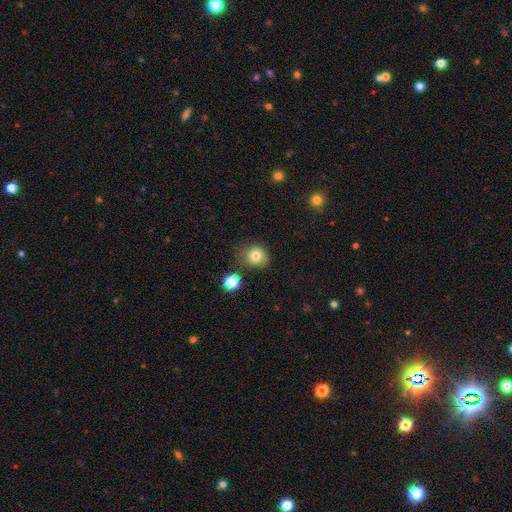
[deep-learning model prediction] A smooth galaxy with no disk features (80%) that is round (73%). Merging: none (65%).